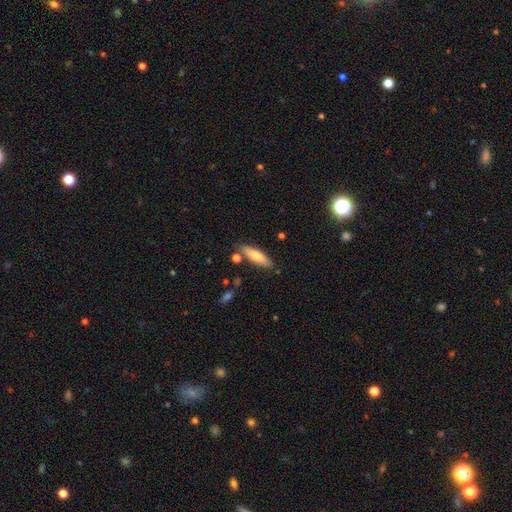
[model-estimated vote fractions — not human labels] The model was most divided on "how rounded": cigar-shaped: 66%, in between: 32%, round: 2%. More confident: merging — none (82%); smooth or featured — smooth (67%).